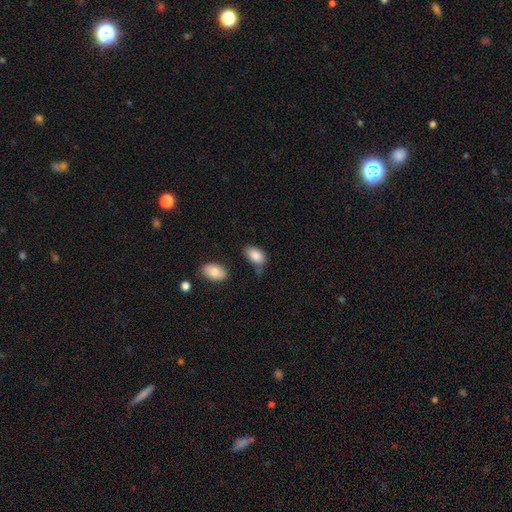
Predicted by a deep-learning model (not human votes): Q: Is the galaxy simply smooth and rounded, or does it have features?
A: smooth — 85%.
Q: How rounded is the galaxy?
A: in between — 92%.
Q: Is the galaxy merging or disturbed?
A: none — 58%.